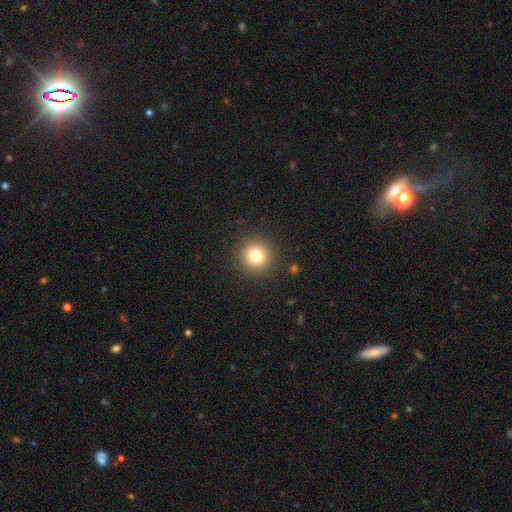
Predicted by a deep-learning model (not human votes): The model was most divided on "smooth or featured": smooth: 79%, star or artifact: 12%, featured or disk: 9%. More confident: how rounded — round (94%); merging — none (91%).